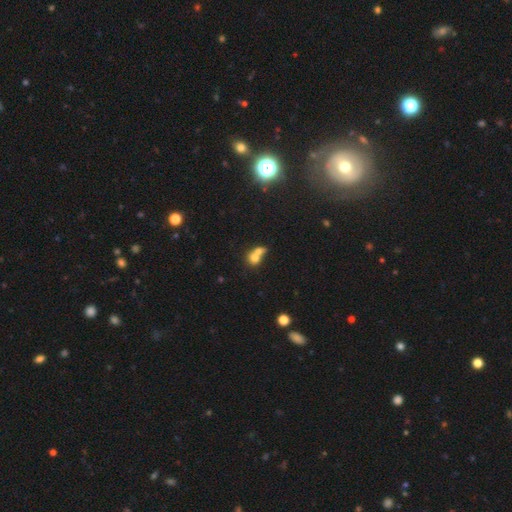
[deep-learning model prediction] Overall: smooth (71%). How rounded: round (68%; in between 30%). Merging: merger (67%).